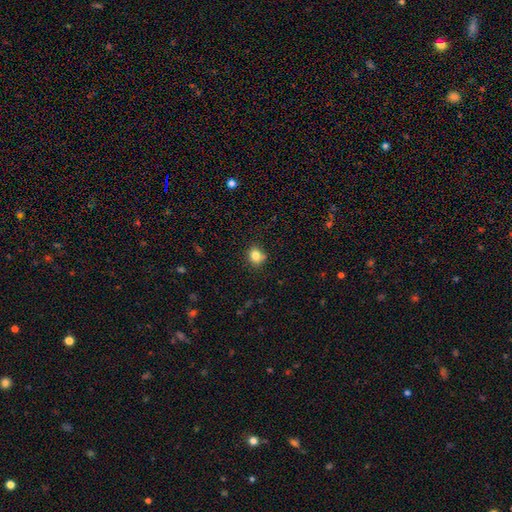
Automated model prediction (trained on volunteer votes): Overall: smooth (82%). How rounded: round (69%; in between 30%). Merging: none (78%).